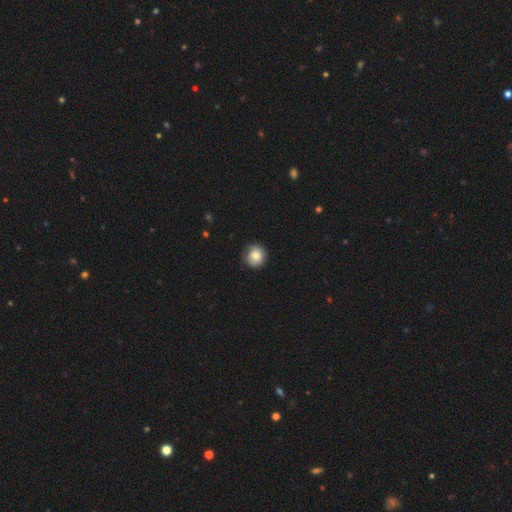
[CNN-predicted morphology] The model was most divided on "smooth or featured": smooth: 79%, featured or disk: 13%, star or artifact: 8%. More confident: how rounded — round (92%); merging — none (81%).